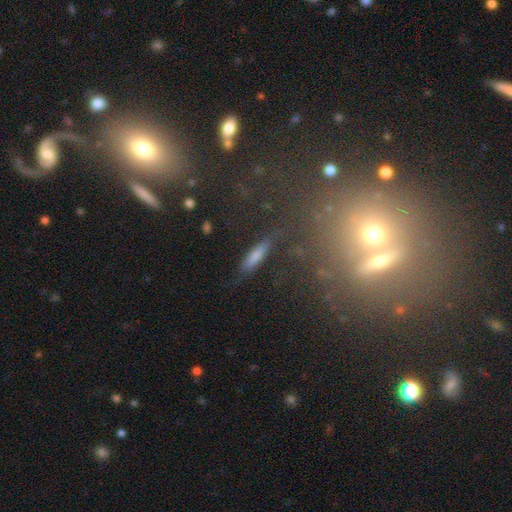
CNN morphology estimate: smooth 72%, featured or disk 18%, star or artifact 10%. Down the decision tree: how rounded — cigar-shaped (73%); merging — none (77%).